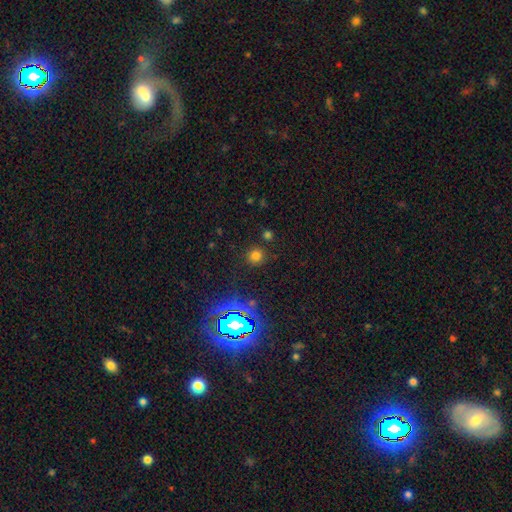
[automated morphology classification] Overall: smooth (69%). How rounded: round (92%). Merging: none (86%).